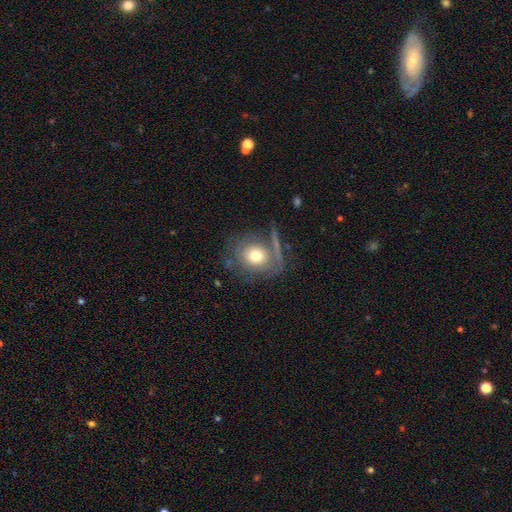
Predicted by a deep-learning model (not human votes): Smooth or featured? smooth (64%)
How rounded? round (74%)
Merging? none (63%)